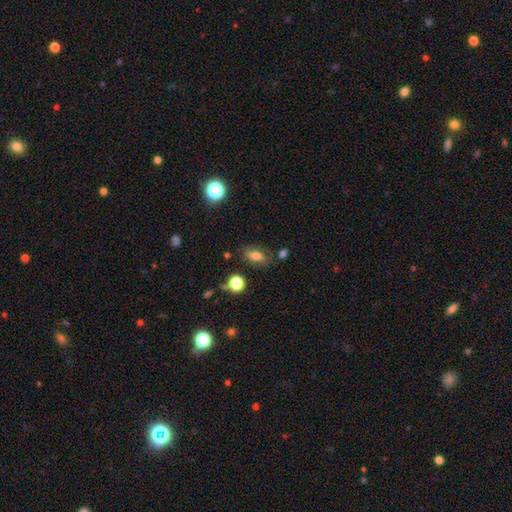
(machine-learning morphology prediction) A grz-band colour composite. It shows a smooth galaxy with no disk features (75%) that is in between round and cigar-shaped (82%). Merging: none (76%).